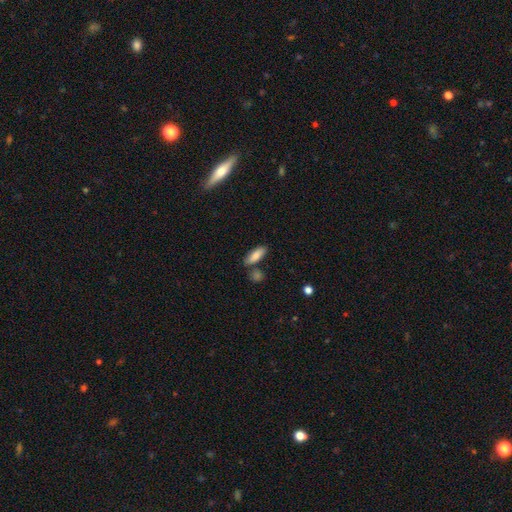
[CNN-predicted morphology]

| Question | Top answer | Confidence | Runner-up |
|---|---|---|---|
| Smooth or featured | smooth | 83% | featured or disk (11%) |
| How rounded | in between | 69% | cigar-shaped (28%) |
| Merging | none | 73% | minor disturbance (13%) |